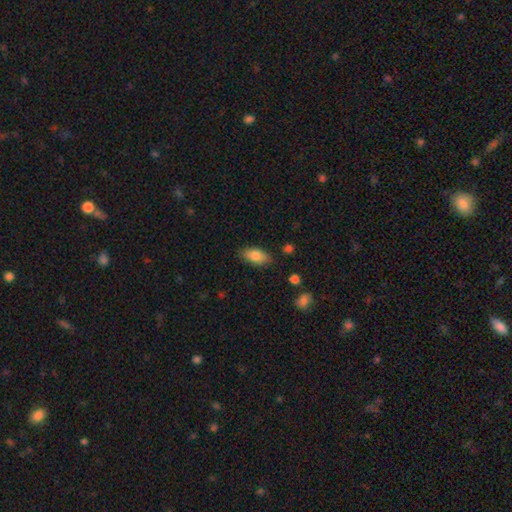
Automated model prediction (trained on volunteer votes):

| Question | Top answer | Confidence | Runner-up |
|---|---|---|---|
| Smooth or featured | smooth | 80% | featured or disk (12%) |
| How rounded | in between | 88% | cigar-shaped (8%) |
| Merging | none | 84% | minor disturbance (12%) |